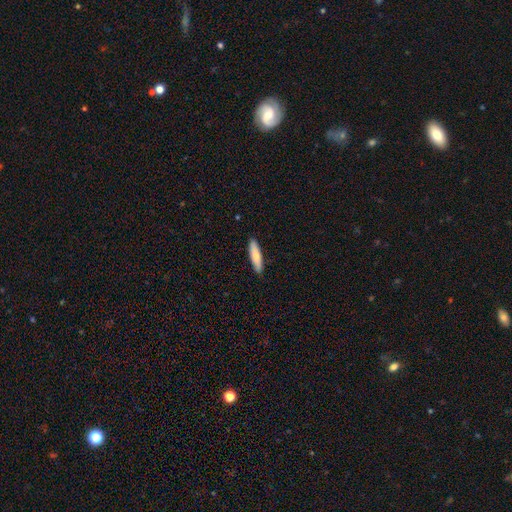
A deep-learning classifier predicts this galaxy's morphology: Smooth or featured: smooth — 75% (featured or disk — 19%)
How rounded: cigar-shaped — 77% (in between — 21%)
Merging: none — 89% (minor disturbance — 8%)